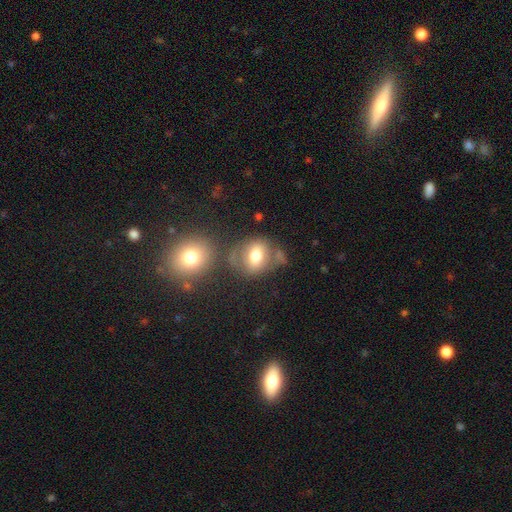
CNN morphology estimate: Smooth or featured? smooth (63%)
How rounded? in between (52%)
Merging? none (53%)